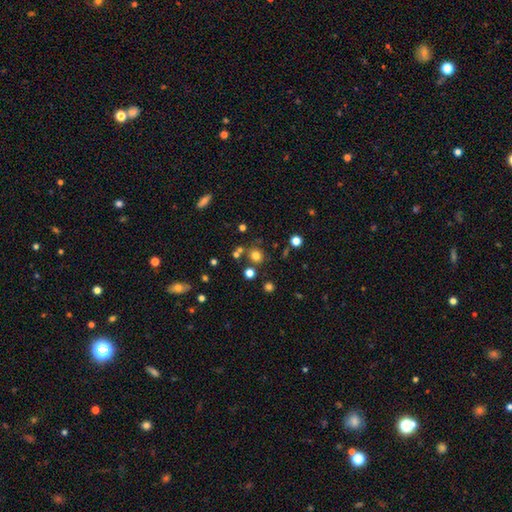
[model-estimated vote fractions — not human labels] Smooth or featured: smooth — 75% (star or artifact — 17%)
How rounded: round — 84% (in between — 15%)
Merging: none — 75% (merger — 11%)